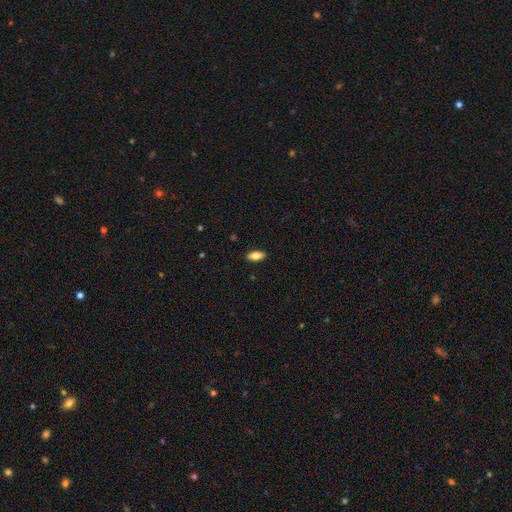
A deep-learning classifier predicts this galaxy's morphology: smooth-or-featured: smooth: 80% | featured or disk: 13% | star or artifact: 7%
  how-rounded: in between: 86% | cigar-shaped: 11% | round: 3%
  merging: none: 89% | minor disturbance: 8% | major disturbance: 2% | merger: 1%